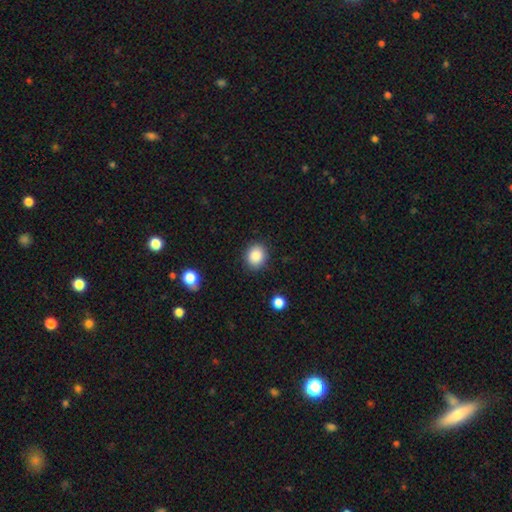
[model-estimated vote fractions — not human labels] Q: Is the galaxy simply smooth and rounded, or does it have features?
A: smooth — 87%.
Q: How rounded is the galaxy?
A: round — 69%.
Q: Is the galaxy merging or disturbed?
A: none — 88%.